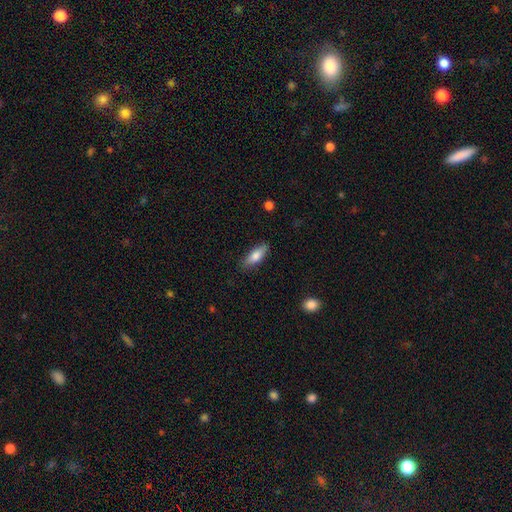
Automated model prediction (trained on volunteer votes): The model was most divided on "how rounded": in between: 60%, cigar-shaped: 38%, round: 2%. More confident: merging — none (83%); smooth or featured — smooth (77%).